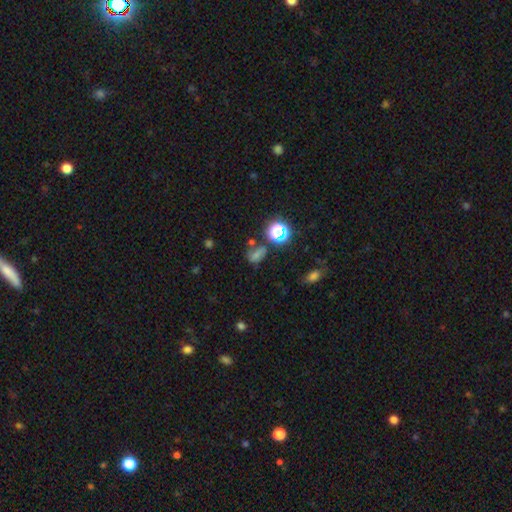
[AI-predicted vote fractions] A smooth galaxy with no disk features (50%).

Vote fractions:
- Smooth or featured? smooth: 50% / star or artifact: 35% / featured or disk: 15%
- Merging? none: 52% / minor disturbance: 20% / merger: 15% / major disturbance: 12%